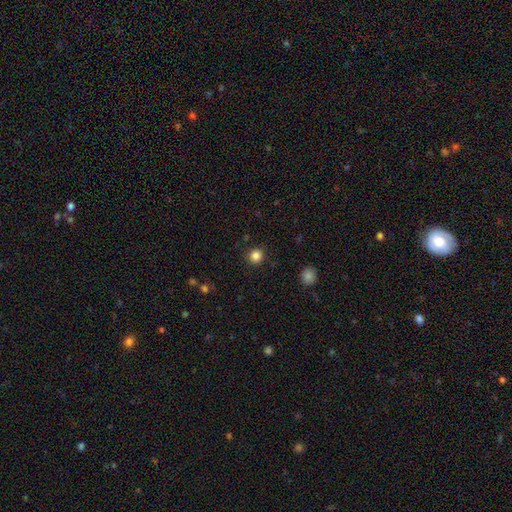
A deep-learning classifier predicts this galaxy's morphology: This appears to be a smooth galaxy with no disk features (85%) that is round (94%). Merging: none (91%).